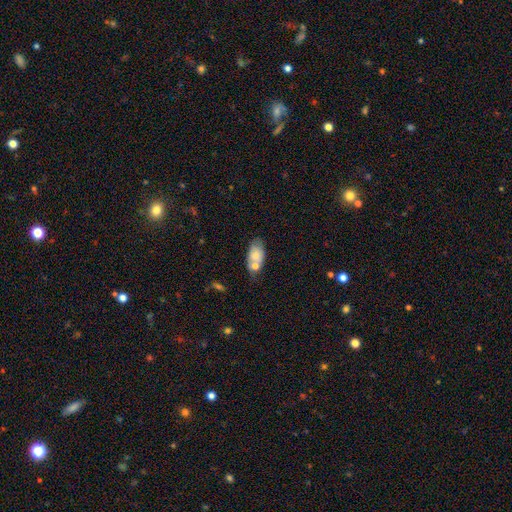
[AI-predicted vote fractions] The model was most divided on "merging": none: 47%, merger: 27%, minor disturbance: 20%, major disturbance: 6%. More confident: how rounded — in between (91%); smooth or featured — smooth (71%).